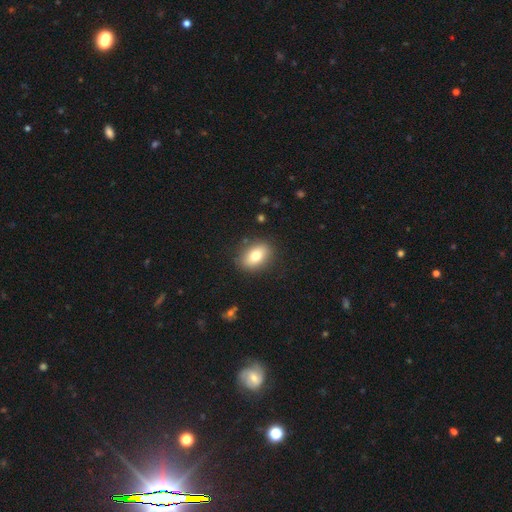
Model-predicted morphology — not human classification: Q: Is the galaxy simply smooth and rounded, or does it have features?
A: smooth — 78%.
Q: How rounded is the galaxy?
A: in between — 80%.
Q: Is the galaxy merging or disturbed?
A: none — 85%.